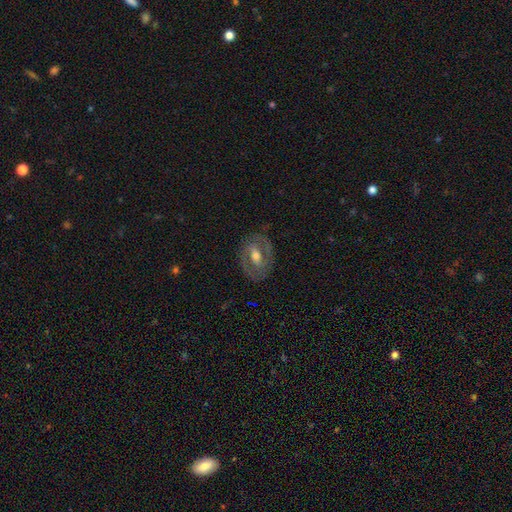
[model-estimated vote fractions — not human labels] This is likely a featured or disk galaxy (73%). It is clearly not viewed edge-on (94%). Bar: marginally weak (42%). Spiral arm pattern: likely yes (67%). Central bulge: likely moderate (66%). Merging: clearly none (81%).